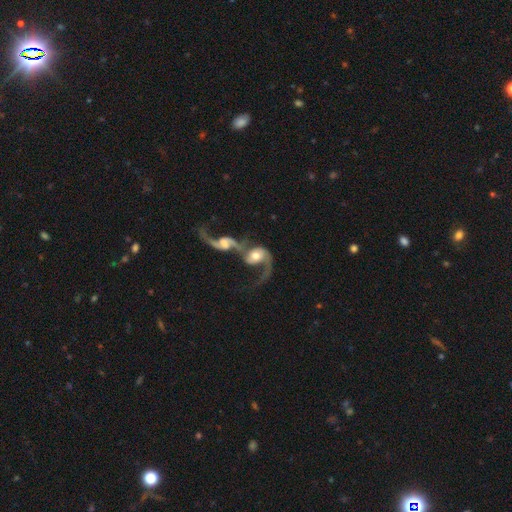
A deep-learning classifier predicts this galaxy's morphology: smooth-or-featured: featured or disk: 77% | smooth: 16% | star or artifact: 6%
  disk-edge-on: no: 96% | yes: 4%
    bar: no: 53% | weak: 32% | strong: 14%
    has-spiral-arms: yes: 90% | no: 10%
      spiral-winding: loose: 76% | medium: 19% | tight: 5%
      spiral-arm-count: 2: 60% | 1: 32% | can't tell: 5% | 3: 1% | 4: 1% | more than 4: 1%
    bulge-size: moderate: 58% | small: 18% | large: 17% | none: 3% | dominant: 2%
  merging: merger: 75% | major disturbance: 10% | none: 10% | minor disturbance: 5%